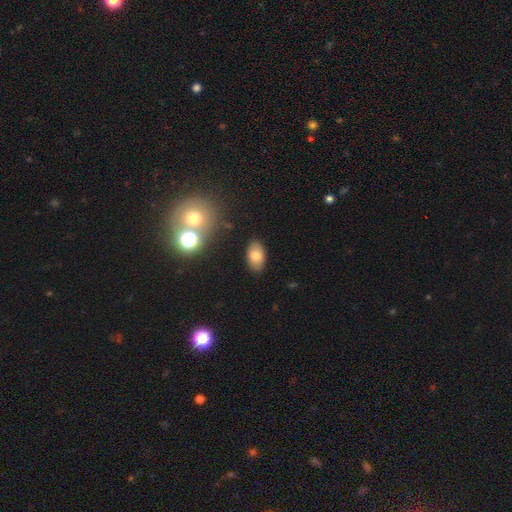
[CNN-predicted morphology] This is likely a smooth galaxy (79%). How rounded: clearly in between (93%). Merging: clearly none (86%).